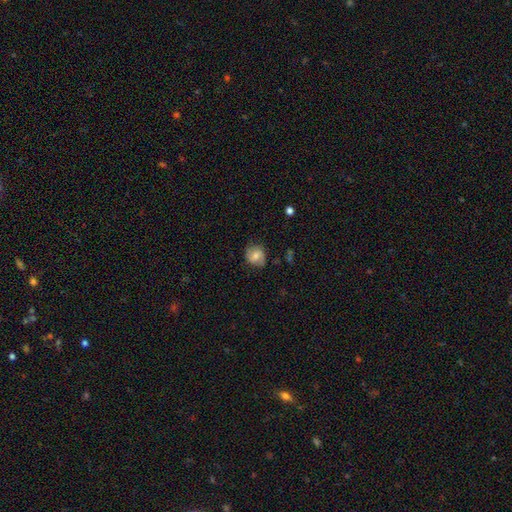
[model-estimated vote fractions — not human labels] smooth-or-featured: smooth: 57% | featured or disk: 34% | star or artifact: 8%
  how-rounded: round: 70% | in between: 28% | cigar-shaped: 1%
  merging: none: 74% | minor disturbance: 20% | major disturbance: 5% | merger: 1%